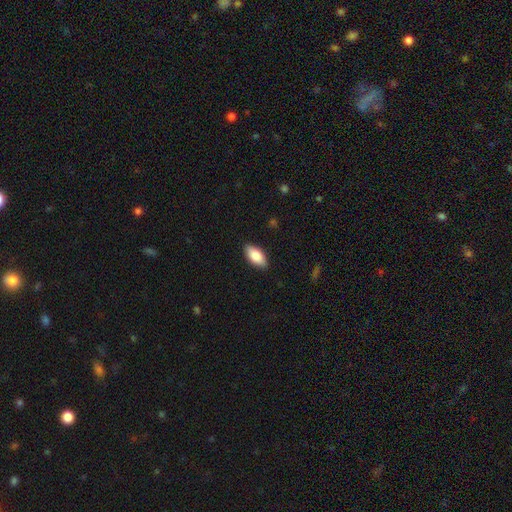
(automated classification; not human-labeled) Q: Smooth or featured?
A: smooth (84%); runner-up: featured or disk (10%)
Q: How rounded?
A: in between (91%); runner-up: cigar-shaped (7%)
Q: Merging?
A: none (88%); runner-up: minor disturbance (9%)